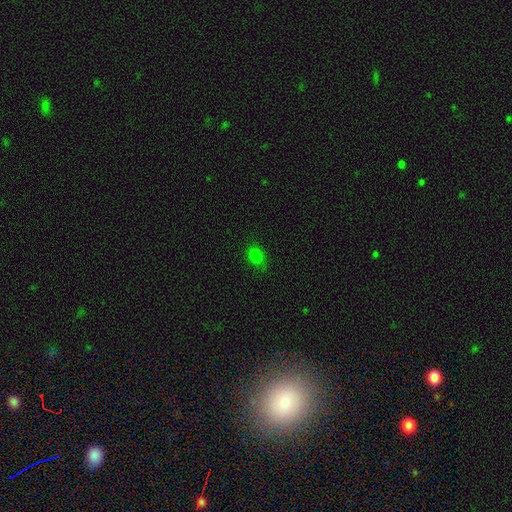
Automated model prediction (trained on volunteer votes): Morphology: type=smooth (79%); roundness=in between (58%); merging=none (81%).